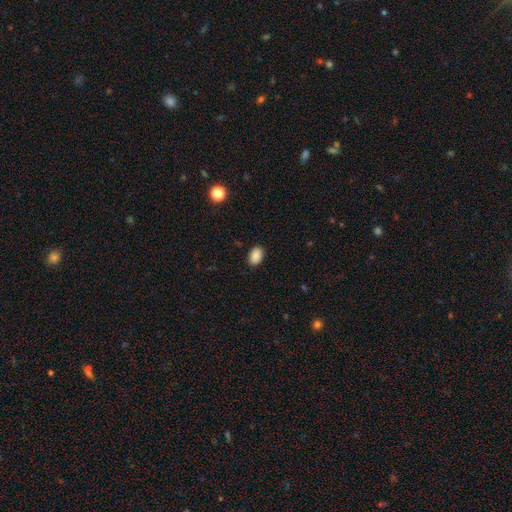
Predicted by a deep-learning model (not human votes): Smooth or featured?
  - smooth: 88% *
  - star or artifact: 9%
  - featured or disk: 4%
How rounded?
  - in between: 85% *
  - round: 14%
  - cigar-shaped: 1%
Merging?
  - none: 87% *
  - minor disturbance: 10%
  - major disturbance: 2%
  - merger: 1%